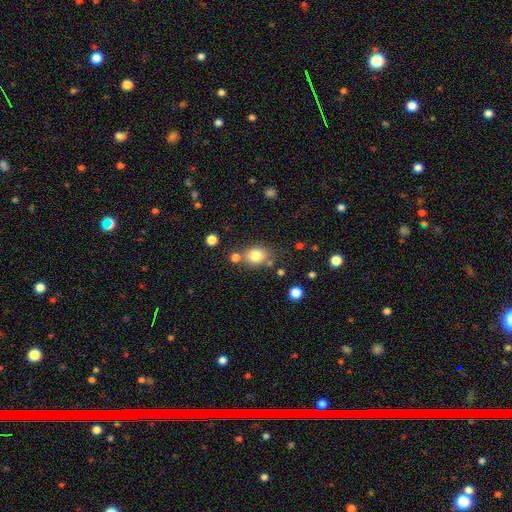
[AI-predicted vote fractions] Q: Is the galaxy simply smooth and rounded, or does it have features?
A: smooth — 81%.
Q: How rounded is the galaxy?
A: round — 54%.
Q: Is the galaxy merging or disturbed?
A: none — 69%.